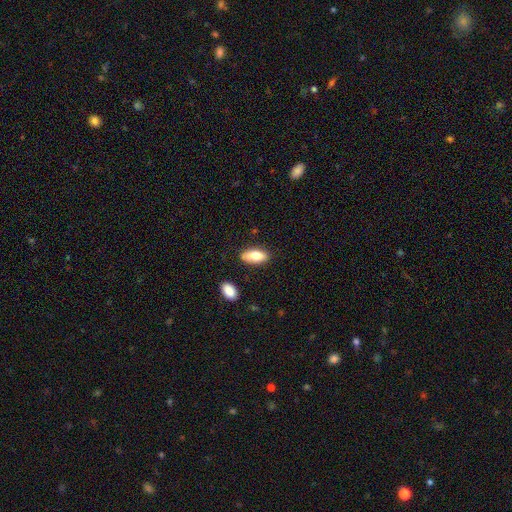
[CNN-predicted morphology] smooth_or_featured: smooth (p=0.75) [alt: featured or disk p=0.19]
how_rounded: in between (p=0.85) [alt: cigar-shaped p=0.12]
merging: none (p=0.79) [alt: minor disturbance p=0.15]